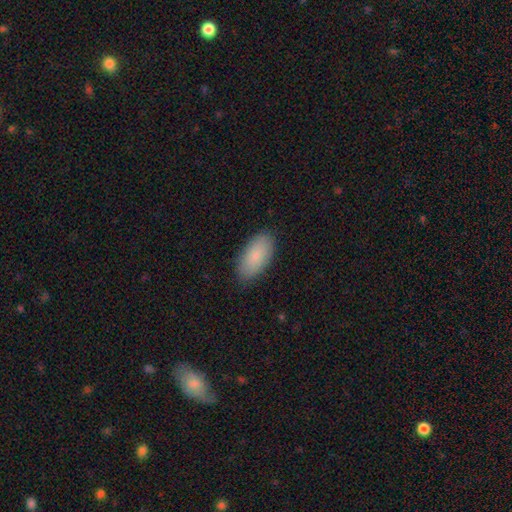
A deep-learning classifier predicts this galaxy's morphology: type=smooth (84%); roundness=in between (93%); merging=none (86%).